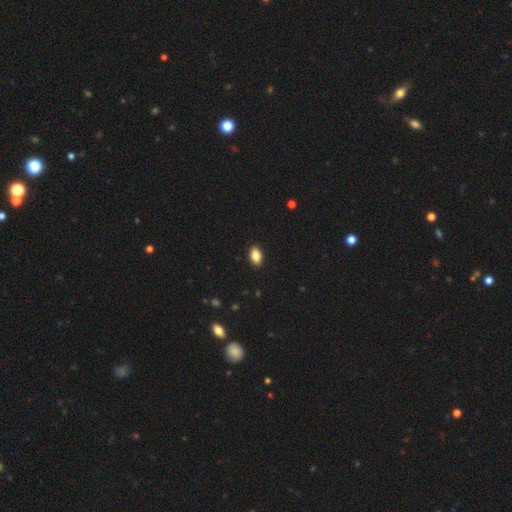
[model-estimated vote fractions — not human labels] Smooth or featured? Predicted: smooth (p=0.86). How rounded? Predicted: in between (p=0.91). Merging? Predicted: none (p=0.90).